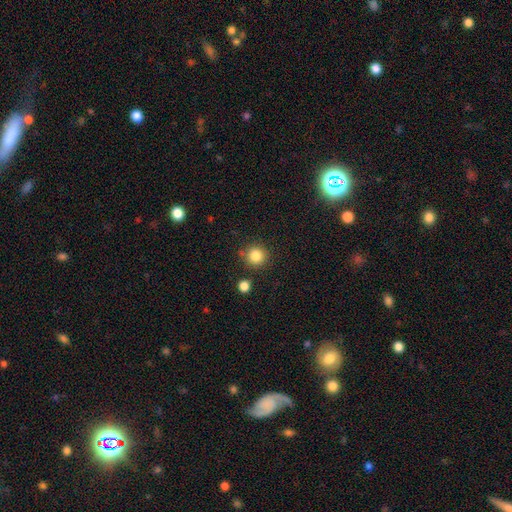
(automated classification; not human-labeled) This appears to be a smooth galaxy with no disk features (84%) that is round (93%). Merging: none (83%).